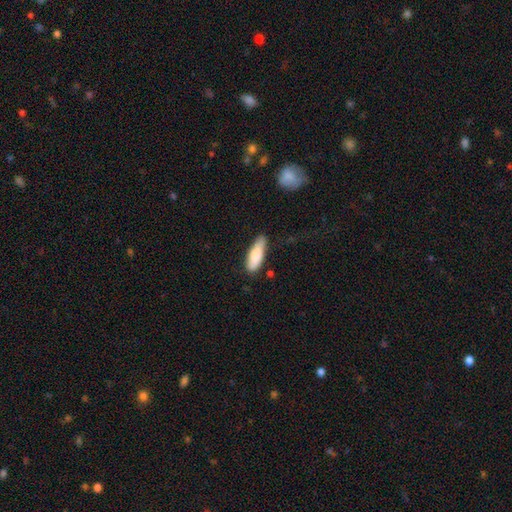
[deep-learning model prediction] smooth 84%, featured or disk 11%, star or artifact 6%. Down the decision tree: how rounded — in between (53%); merging — none (71%).